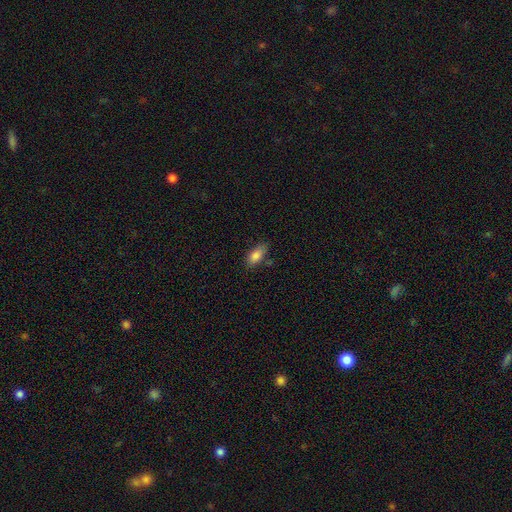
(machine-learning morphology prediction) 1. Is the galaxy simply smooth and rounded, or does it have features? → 83% smooth, 9% featured or disk, 8% star or artifact.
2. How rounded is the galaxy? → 86% in between, 10% cigar-shaped, 4% round.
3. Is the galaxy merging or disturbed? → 70% none, 21% minor disturbance, 5% major disturbance, 4% merger.